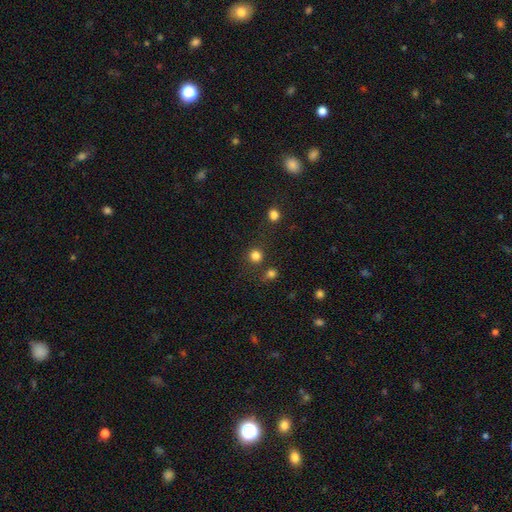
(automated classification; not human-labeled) smooth-or-featured: smooth: 81% | star or artifact: 15% | featured or disk: 4%
  how-rounded: round: 92% | in between: 7% | cigar-shaped: 1%
  merging: none: 80% | merger: 9% | minor disturbance: 8% | major disturbance: 4%